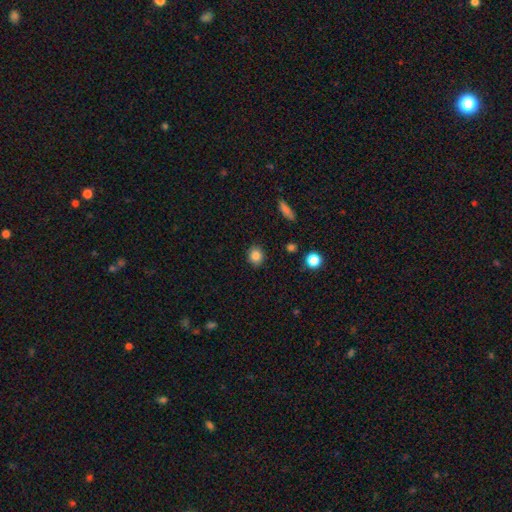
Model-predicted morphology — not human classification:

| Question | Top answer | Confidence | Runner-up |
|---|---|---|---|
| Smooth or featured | smooth | 85% | star or artifact (10%) |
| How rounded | round | 75% | in between (23%) |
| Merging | none | 88% | minor disturbance (8%) |